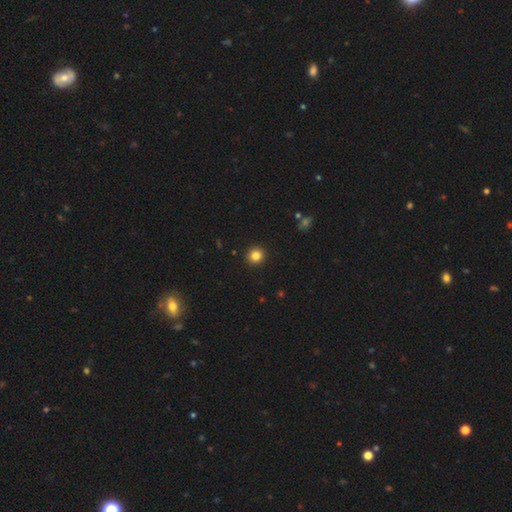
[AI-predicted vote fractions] Smooth or featured? Predicted: smooth (p=0.83). How rounded? Predicted: round (p=0.93). Merging? Predicted: none (p=0.93).